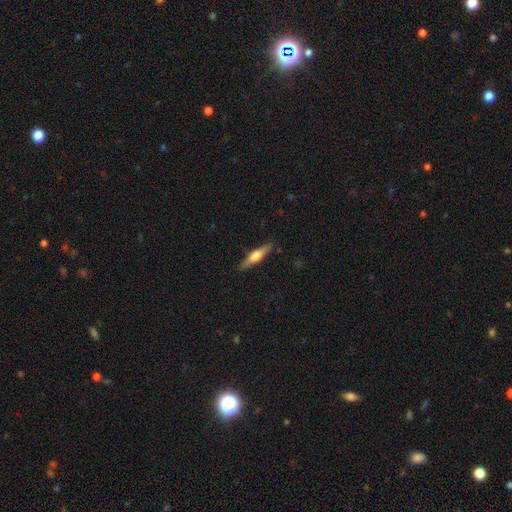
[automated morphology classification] Smooth or featured? featured or disk (56%)
Edge-on disk? yes (95%)
Edge-on bulge? rounded (91%)
Merging? none (88%)